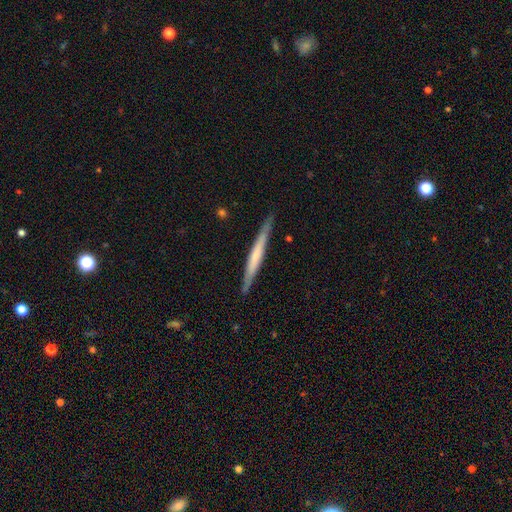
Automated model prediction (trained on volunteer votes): This appears to be a featured or disk galaxy (51%) viewed edge-on (96%). Merging: none (87%).